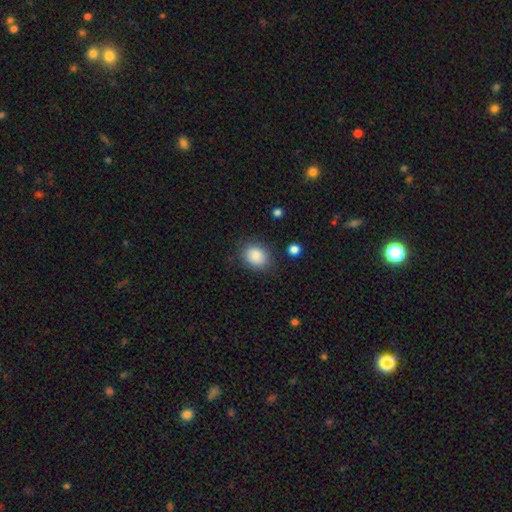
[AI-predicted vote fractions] A smooth galaxy with no disk features (88%) that is in between round and cigar-shaped (52%).

Vote fractions:
- Smooth or featured? smooth: 88% / star or artifact: 8% / featured or disk: 4%
- How rounded? in between: 52% / round: 47% / cigar-shaped: 1%
- Merging? none: 82% / minor disturbance: 12% / major disturbance: 4% / merger: 2%